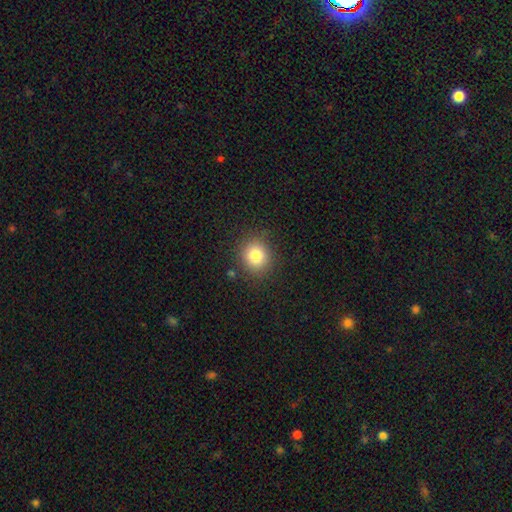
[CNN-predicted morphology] Smooth or featured: smooth — 83% (star or artifact — 11%)
How rounded: round — 83% (in between — 16%)
Merging: none — 86% (minor disturbance — 10%)